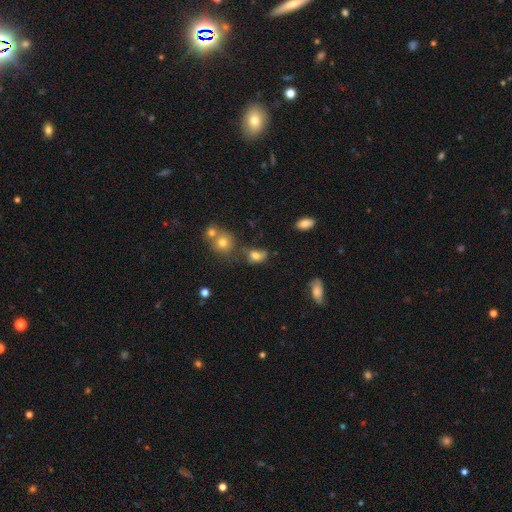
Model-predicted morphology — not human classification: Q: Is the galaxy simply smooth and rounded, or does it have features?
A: smooth — 69%.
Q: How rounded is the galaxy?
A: in between — 73%.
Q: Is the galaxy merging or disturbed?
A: none — 42%.